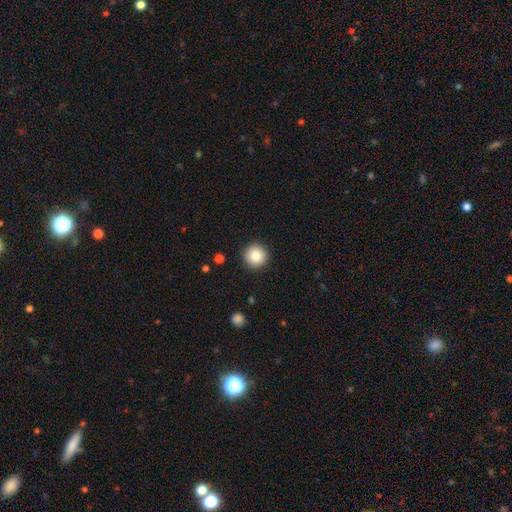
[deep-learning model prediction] smooth_or_featured: smooth (p=0.84) [alt: star or artifact p=0.09]
how_rounded: round (p=0.96) [alt: in between p=0.03]
merging: none (p=0.92) [alt: minor disturbance p=0.05]